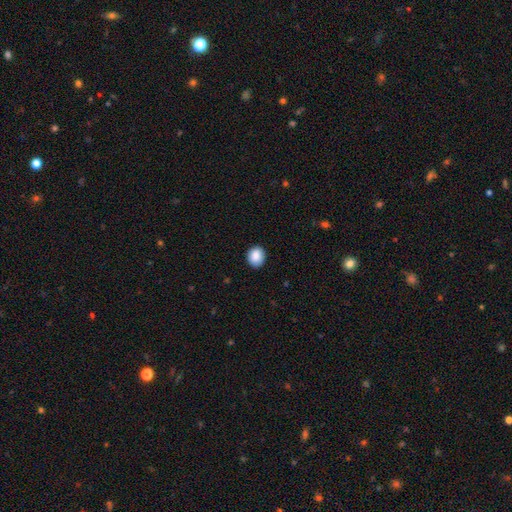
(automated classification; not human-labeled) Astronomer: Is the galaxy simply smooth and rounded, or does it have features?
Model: smooth — 88%.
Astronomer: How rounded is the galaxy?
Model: round — 62%.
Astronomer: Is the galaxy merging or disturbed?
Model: none — 87%.